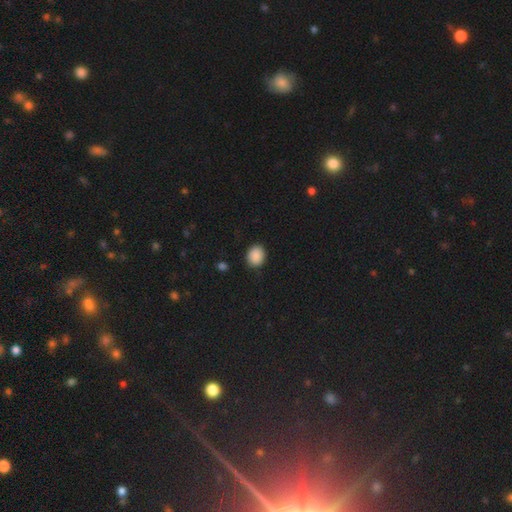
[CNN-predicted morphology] Overall: smooth (89%). How rounded: round (59%; in between 40%). Merging: none (87%).